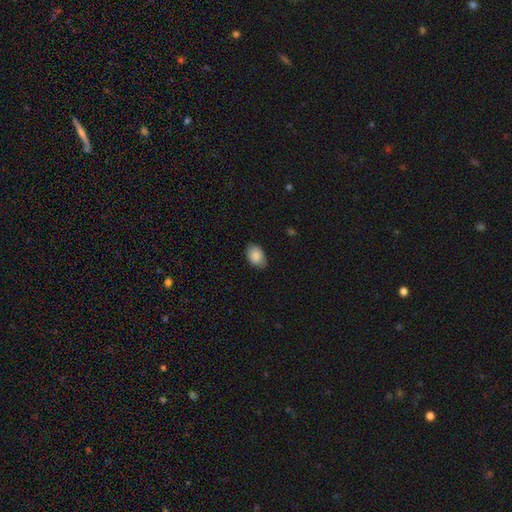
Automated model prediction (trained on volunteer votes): smooth 88%, star or artifact 7%, featured or disk 6%. Down the decision tree: how rounded — in between (86%); merging — none (79%).